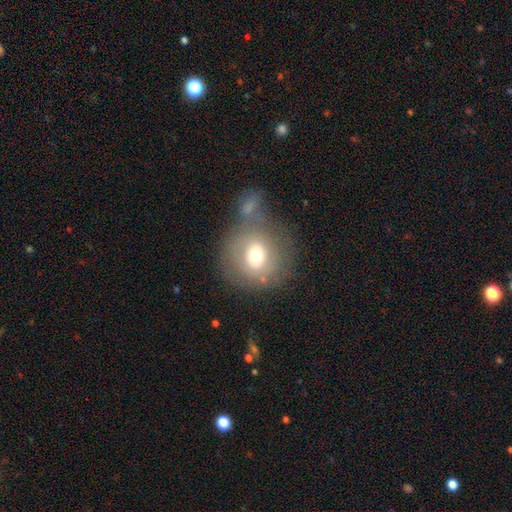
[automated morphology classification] Smooth or featured? Predicted: smooth (p=0.64). How rounded? Predicted: round (p=0.86). Merging? Predicted: none (p=0.47).